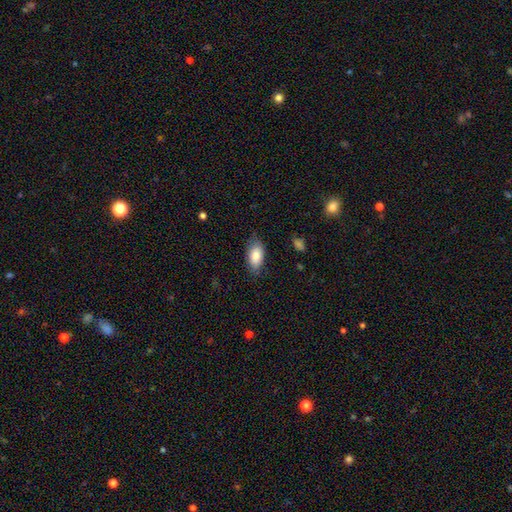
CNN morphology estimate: smooth_or_featured: smooth (p=0.84) [alt: featured or disk p=0.09]
how_rounded: in between (p=0.92) [alt: round p=0.04]
merging: none (p=0.77) [alt: minor disturbance p=0.18]